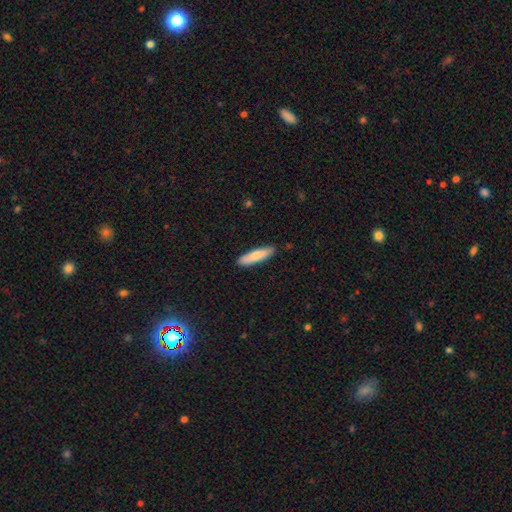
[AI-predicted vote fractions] smooth 76%, featured or disk 19%, star or artifact 5%. Down the decision tree: how rounded — cigar-shaped (73%); merging — none (88%).